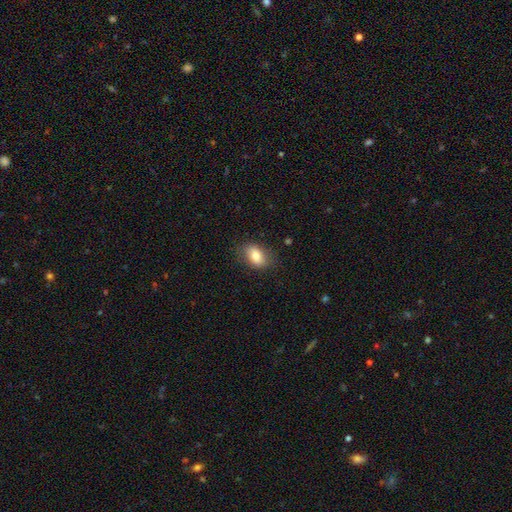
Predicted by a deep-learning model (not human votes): smooth 81%, featured or disk 11%, star or artifact 8%. Down the decision tree: how rounded — in between (86%); merging — none (78%).